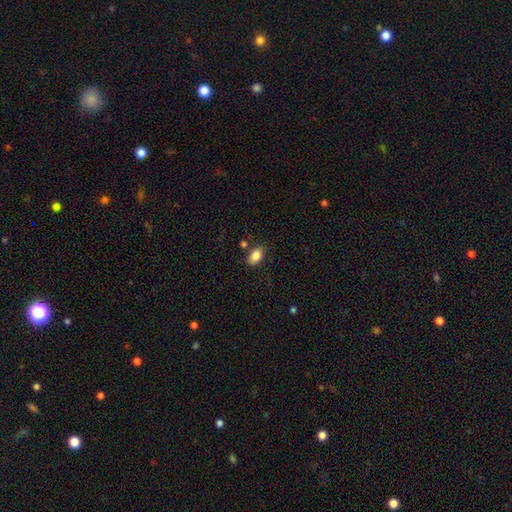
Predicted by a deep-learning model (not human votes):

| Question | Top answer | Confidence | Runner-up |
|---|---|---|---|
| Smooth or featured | smooth | 86% | star or artifact (8%) |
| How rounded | in between | 87% | round (11%) |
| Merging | none | 76% | minor disturbance (15%) |